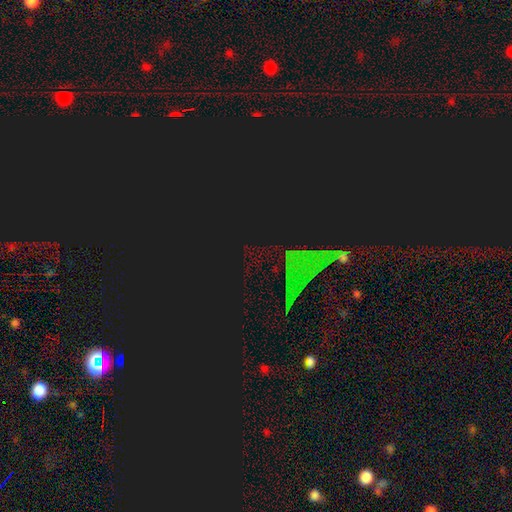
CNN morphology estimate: A star or artifact, not a galaxy (84%).

Vote fractions:
- Smooth or featured? star or artifact: 84% / smooth: 9% / featured or disk: 7%